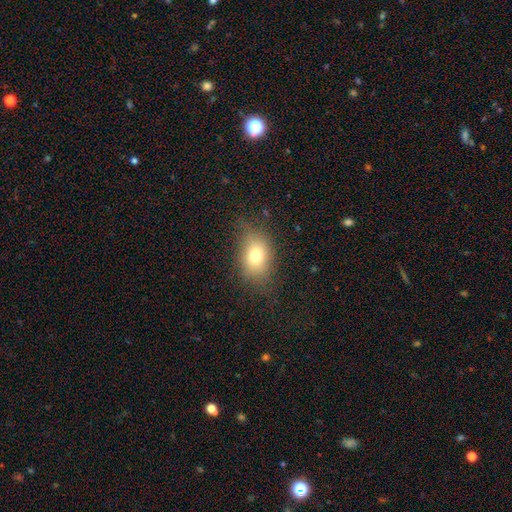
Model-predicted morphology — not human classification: smooth 72%, featured or disk 15%, star or artifact 13%. Down the decision tree: how rounded — in between (73%); merging — none (70%).